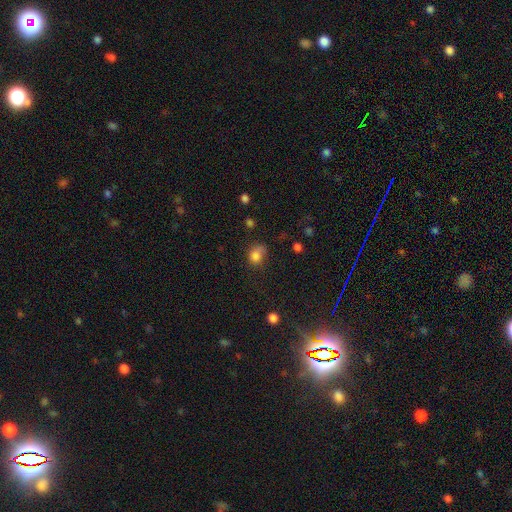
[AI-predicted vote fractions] Smooth or featured? Predicted: smooth (p=0.80). How rounded? Predicted: round (p=0.51). Merging? Predicted: none (p=0.46).